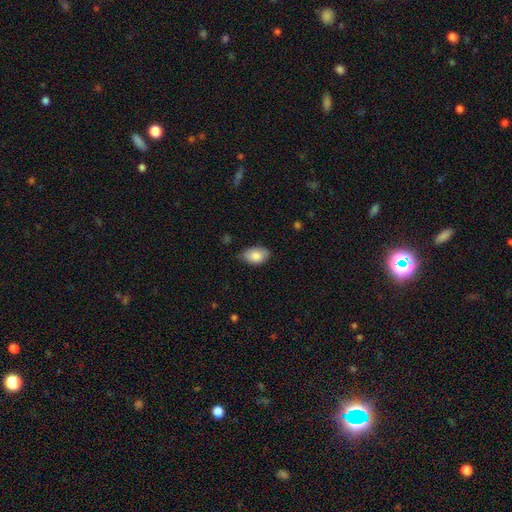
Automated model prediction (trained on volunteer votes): Smooth or featured? Predicted: smooth (p=0.85). How rounded? Predicted: in between (p=0.90). Merging? Predicted: none (p=0.70).